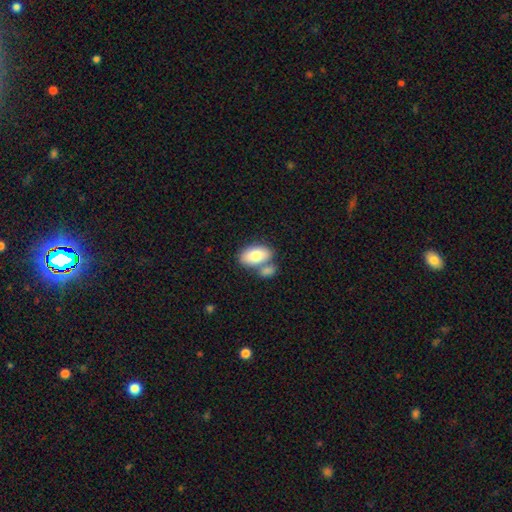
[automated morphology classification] This appears to be a smooth galaxy with no disk features (77%) that is in between round and cigar-shaped (92%). Merging: none (48%).